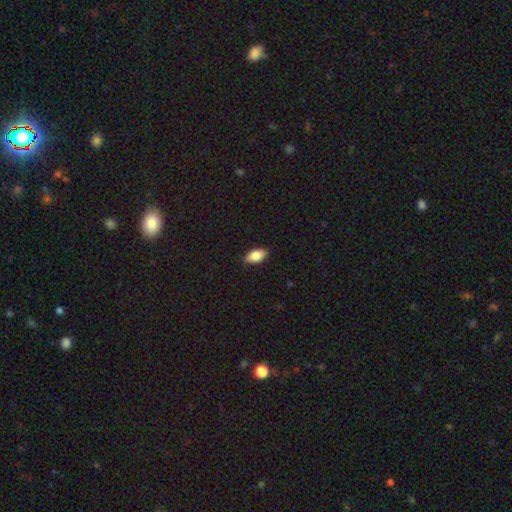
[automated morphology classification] smooth_or_featured: smooth (p=0.86) [alt: featured or disk p=0.07]
how_rounded: in between (p=0.91) [alt: cigar-shaped p=0.06]
merging: none (p=0.88) [alt: minor disturbance p=0.09]